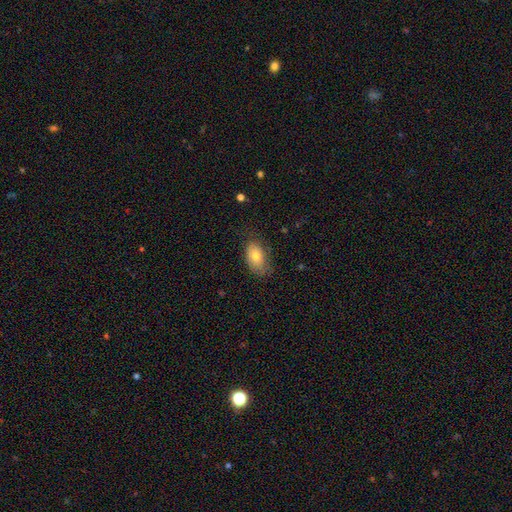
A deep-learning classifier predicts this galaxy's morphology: A smooth galaxy with no disk features (74%) that is in between round and cigar-shaped (91%).

Vote fractions:
- Smooth or featured? smooth: 74% / featured or disk: 19% / star or artifact: 8%
- How rounded? in between: 91% / round: 7% / cigar-shaped: 2%
- Merging? none: 68% / minor disturbance: 24% / major disturbance: 7% / merger: 1%